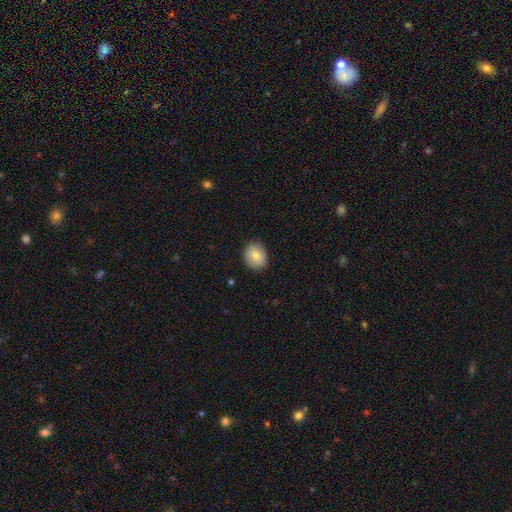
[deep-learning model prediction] smooth_or_featured: smooth (p=0.82) [alt: featured or disk p=0.11]
how_rounded: round (p=0.54) [alt: in between p=0.45]
merging: none (p=0.85) [alt: minor disturbance p=0.11]